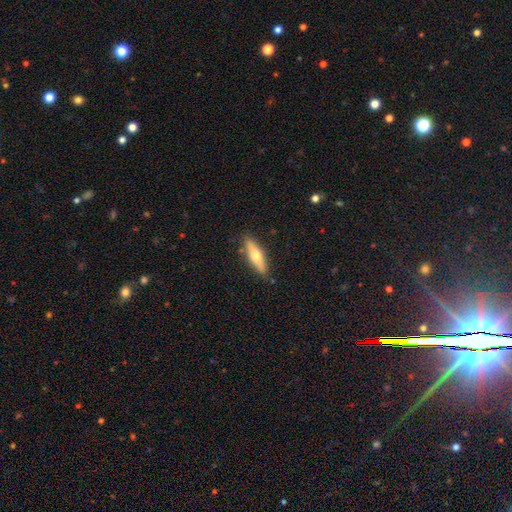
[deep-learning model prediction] Smooth or featured? smooth (51%)
How rounded? cigar-shaped (66%)
Merging? none (87%)